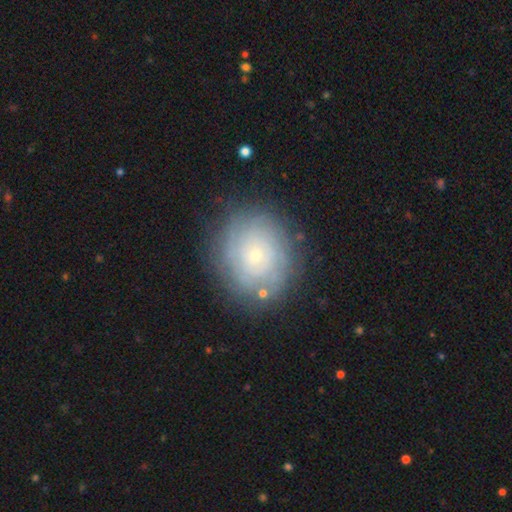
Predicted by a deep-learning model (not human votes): Overall: featured or disk (60%; smooth 31%). Edge-on disk: no (97%). Bar: no (86%). Spiral arms: yes (76%). Bulge size: small (80%). Merging: none (78%).